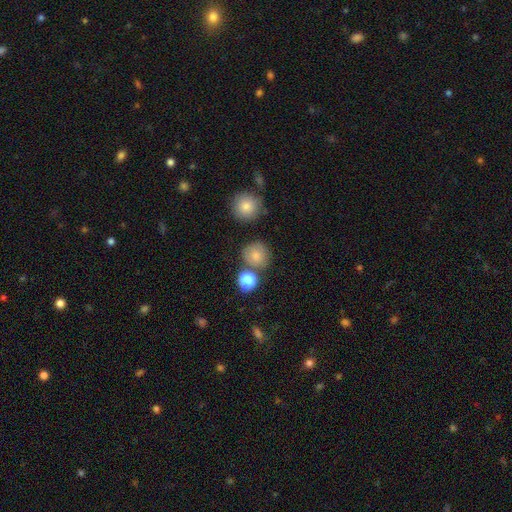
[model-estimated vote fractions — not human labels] Smooth or featured: smooth — 80% (star or artifact — 12%)
How rounded: round — 90% (in between — 9%)
Merging: none — 74% (minor disturbance — 12%)